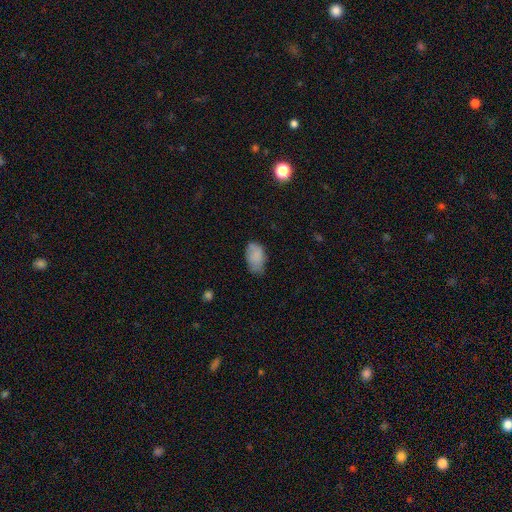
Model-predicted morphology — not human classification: smooth-or-featured: smooth: 82% | featured or disk: 9% | star or artifact: 8%
  how-rounded: in between: 92% | round: 7% | cigar-shaped: 1%
  merging: none: 54% | minor disturbance: 35% | major disturbance: 9% | merger: 2%